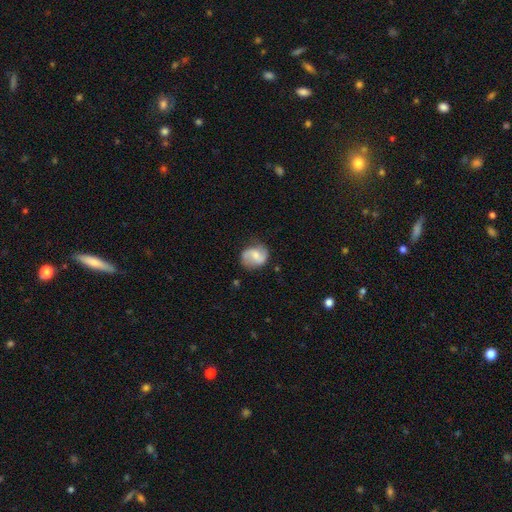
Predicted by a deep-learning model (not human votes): Smooth or featured? Predicted: featured or disk (p=0.62). Edge-on disk? Predicted: no (p=0.98). Bar? Predicted: weak (p=0.46). Spiral arms? Predicted: yes (p=0.90). Spiral winding? Predicted: loose (p=0.42, tied with medium). Spiral arm count? Predicted: 2 (p=0.87). Bulge size? Predicted: moderate (p=0.41, tied with small). Merging? Predicted: none (p=0.72).